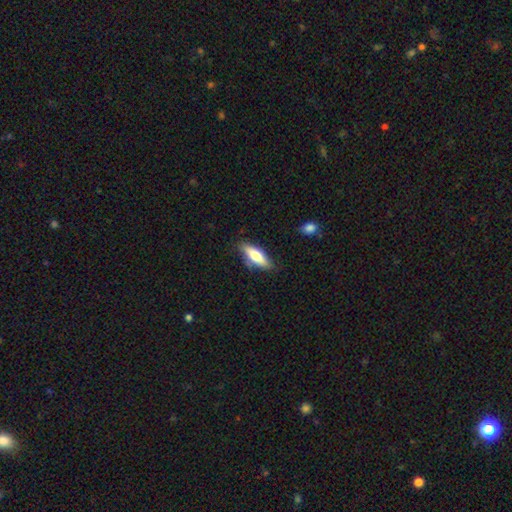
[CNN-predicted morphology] A smooth galaxy with no disk features (68%) that is in between round and cigar-shaped (62%). Merging: none (76%).